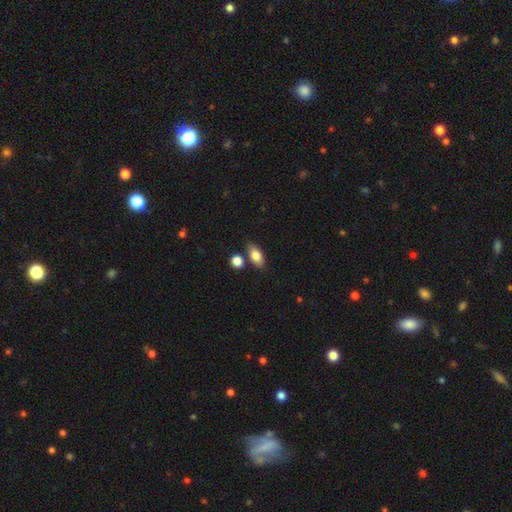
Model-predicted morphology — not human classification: Smooth or featured? Predicted: smooth (p=0.82). How rounded? Predicted: in between (p=0.86). Merging? Predicted: none (p=0.74).